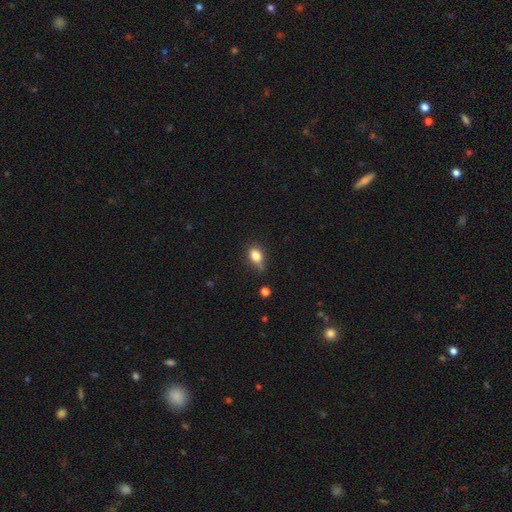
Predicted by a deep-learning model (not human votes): smooth_or_featured: smooth (p=0.82) [alt: star or artifact p=0.10]
how_rounded: in between (p=0.71) [alt: round p=0.26]
merging: none (p=0.55) [alt: minor disturbance p=0.32]